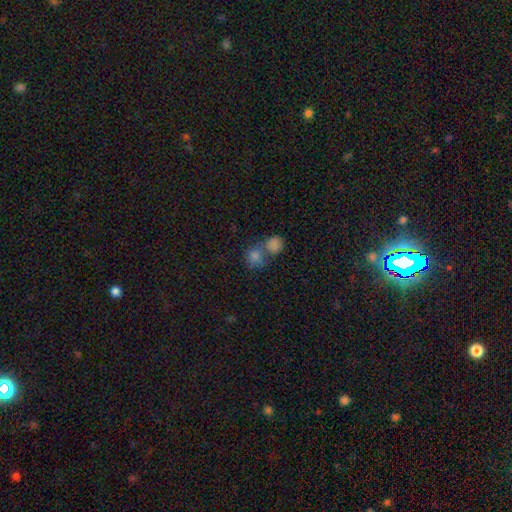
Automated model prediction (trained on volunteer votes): This is likely a smooth galaxy (74%). How rounded: likely round (75%). Merging: possibly merger (50%).